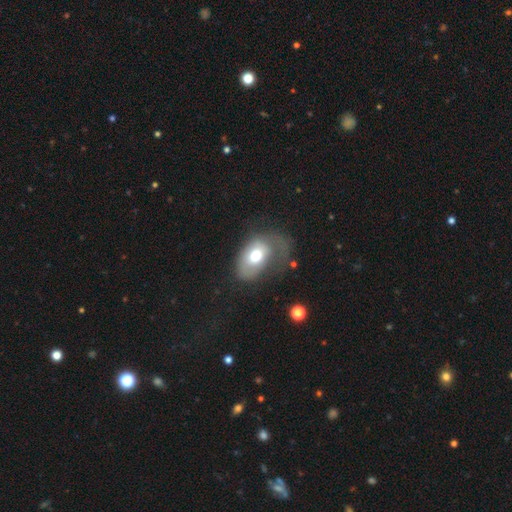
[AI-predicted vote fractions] smooth-or-featured: smooth: 61% | featured or disk: 32% | star or artifact: 8%
  how-rounded: in between: 83% | round: 16% | cigar-shaped: 1%
  merging: major disturbance: 44% | none: 26% | minor disturbance: 26% | merger: 3%